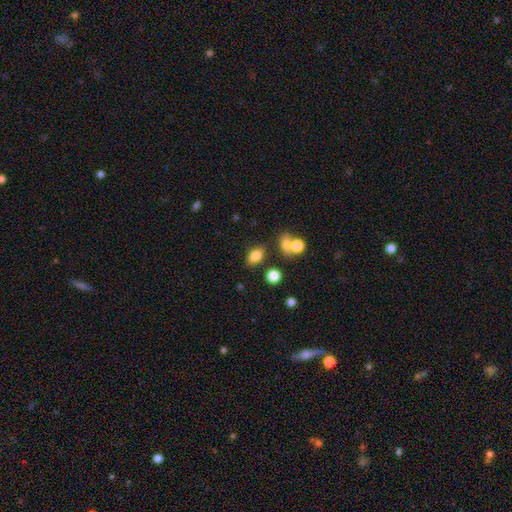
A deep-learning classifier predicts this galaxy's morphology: The model was most divided on "how rounded": in between: 77%, round: 21%, cigar-shaped: 2%. More confident: smooth or featured — smooth (79%); merging — none (74%).